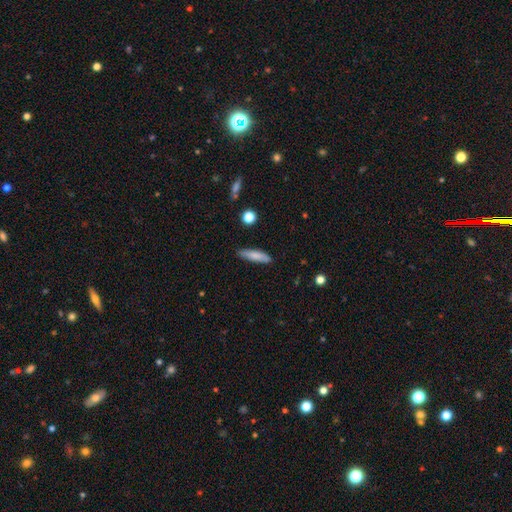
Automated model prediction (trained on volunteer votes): Q: Smooth or featured?
A: smooth (81%); runner-up: featured or disk (12%)
Q: How rounded?
A: cigar-shaped (74%); runner-up: in between (24%)
Q: Merging?
A: none (85%); runner-up: minor disturbance (11%)